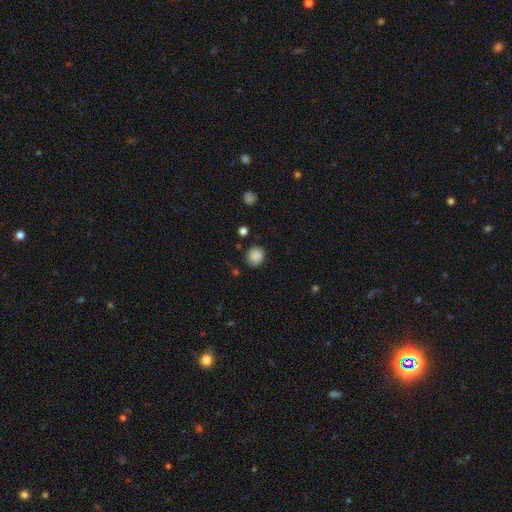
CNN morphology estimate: The model was most divided on "how rounded": round: 81%, in between: 19%, cigar-shaped: 1%. More confident: smooth or featured — smooth (87%); merging — none (82%).